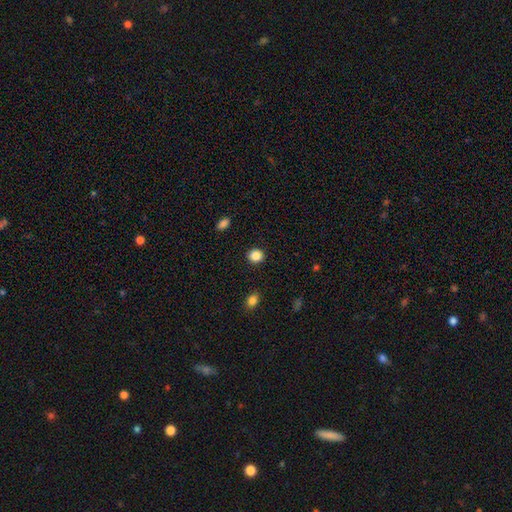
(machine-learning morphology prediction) Q: Smooth or featured?
A: smooth (87%); runner-up: star or artifact (10%)
Q: How rounded?
A: round (86%); runner-up: in between (13%)
Q: Merging?
A: none (92%); runner-up: minor disturbance (5%)